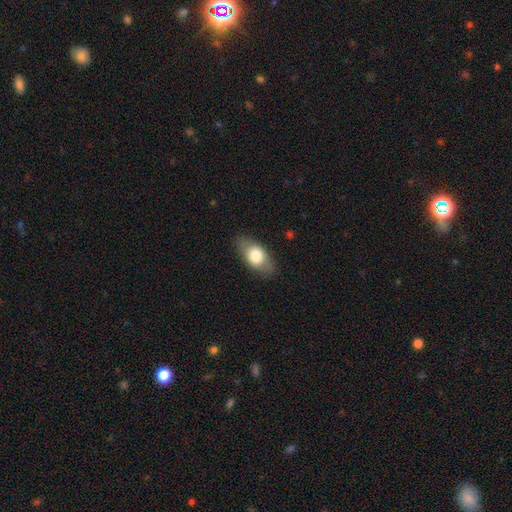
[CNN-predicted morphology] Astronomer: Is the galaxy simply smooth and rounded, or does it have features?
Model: smooth — 72%.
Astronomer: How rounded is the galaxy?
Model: in between — 87%.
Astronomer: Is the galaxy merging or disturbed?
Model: none — 82%.